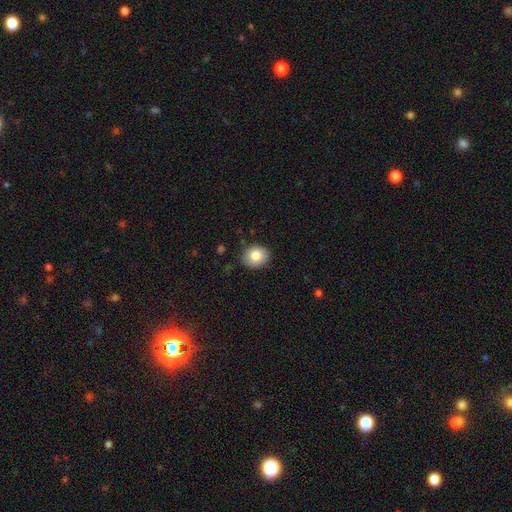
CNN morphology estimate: This appears to be a smooth galaxy with no disk features (81%) that is round (67%). Merging: none (87%).